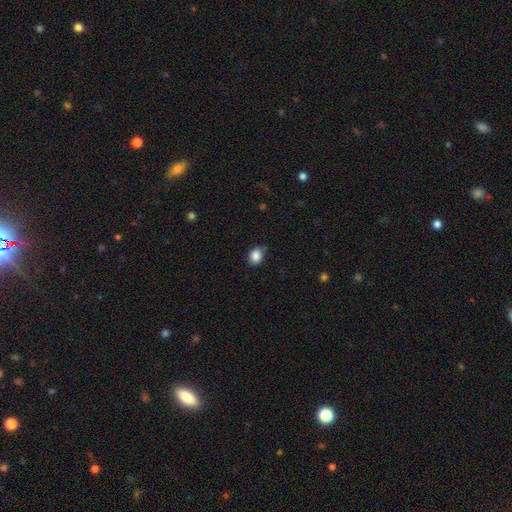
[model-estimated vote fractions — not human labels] Smooth or featured? Predicted: smooth (p=0.86). How rounded? Predicted: in between (p=0.55). Merging? Predicted: none (p=0.71).